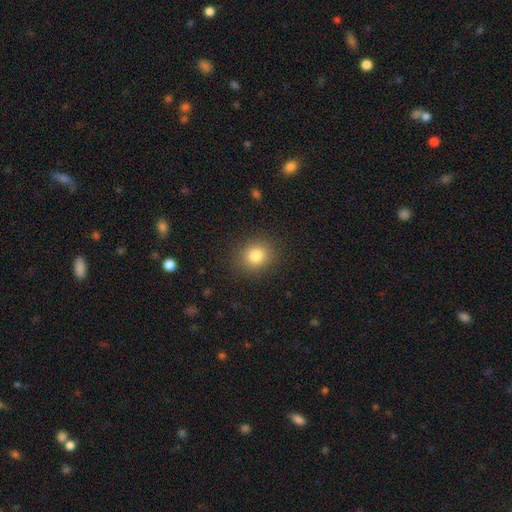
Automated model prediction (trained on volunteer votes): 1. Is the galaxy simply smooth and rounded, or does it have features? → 82% smooth, 12% star or artifact, 7% featured or disk.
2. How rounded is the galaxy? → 78% round, 21% in between, 1% cigar-shaped.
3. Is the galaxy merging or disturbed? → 89% none, 7% minor disturbance, 3% major disturbance, 1% merger.